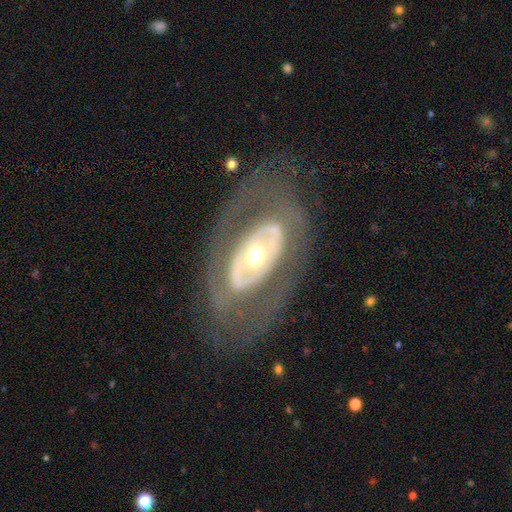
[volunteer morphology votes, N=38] Q: Smooth or featured?
A: featured or disk (87%); runner-up: smooth (13%)
Q: Edge-on disk?
A: no (94%); runner-up: yes (6%)
Q: Bar?
A: no (74%); runner-up: strong (13%)
Q: Spiral arms?
A: no (52%); runner-up: yes (48%)
Q: Bulge size?
A: moderate (61%); runner-up: small (26%)
Q: Merging?
A: none (68%); runner-up: major disturbance (24%)